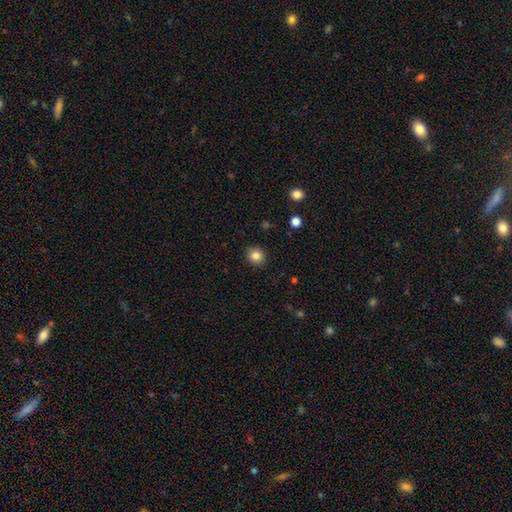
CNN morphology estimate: This is clearly a smooth galaxy (84%). How rounded: clearly round (86%). Merging: clearly none (91%).